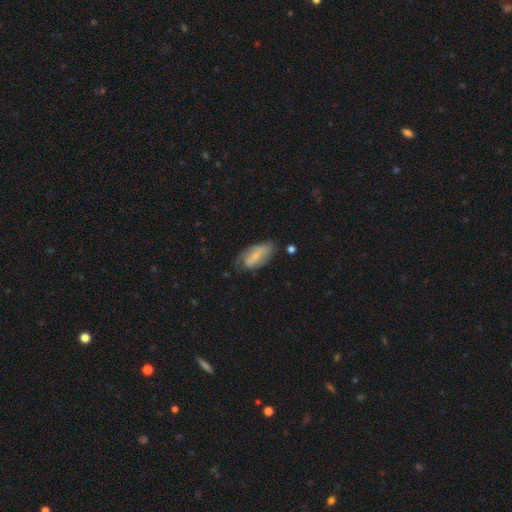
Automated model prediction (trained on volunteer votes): A smooth galaxy with no disk features (53%) that is in between round and cigar-shaped (86%). Merging: none (51%).